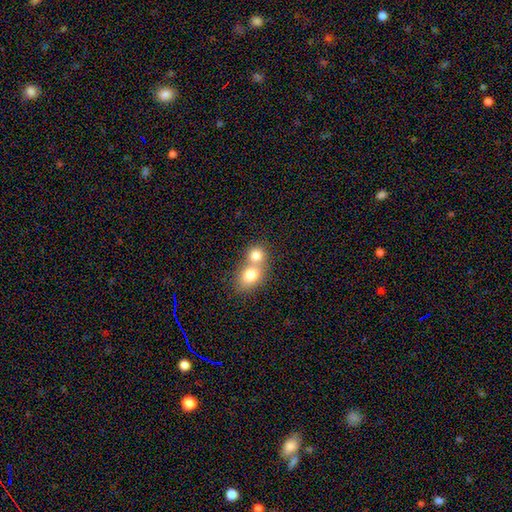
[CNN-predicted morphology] This appears to be a smooth galaxy with no disk features (77%) that is round (65%). Merging: merger (66%).